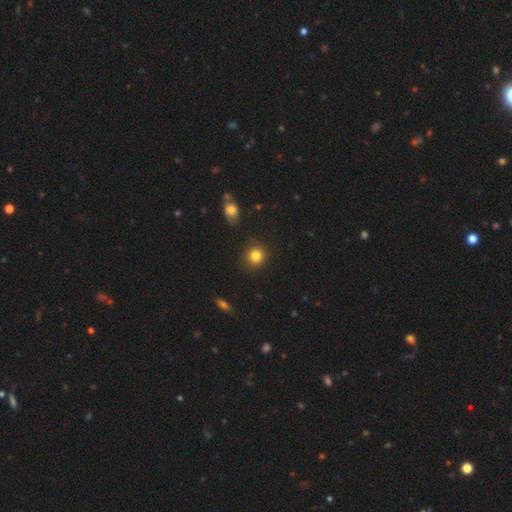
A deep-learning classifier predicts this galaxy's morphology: This appears to be a smooth galaxy with no disk features (83%) that is round (89%). Merging: none (87%).